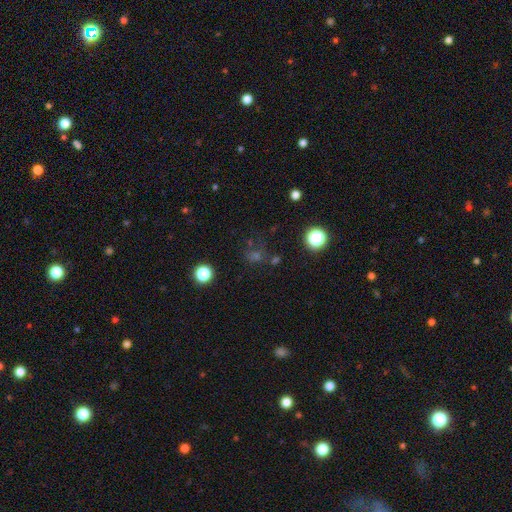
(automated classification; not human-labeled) This appears to be a star or artifact, not a galaxy (46%).